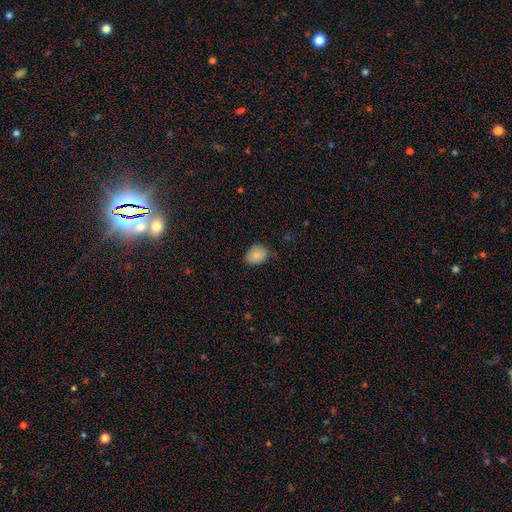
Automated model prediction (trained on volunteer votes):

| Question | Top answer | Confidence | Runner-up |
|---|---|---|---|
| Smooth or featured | smooth | 86% | star or artifact (8%) |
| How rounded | in between | 67% | round (32%) |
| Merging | none | 76% | minor disturbance (20%) |